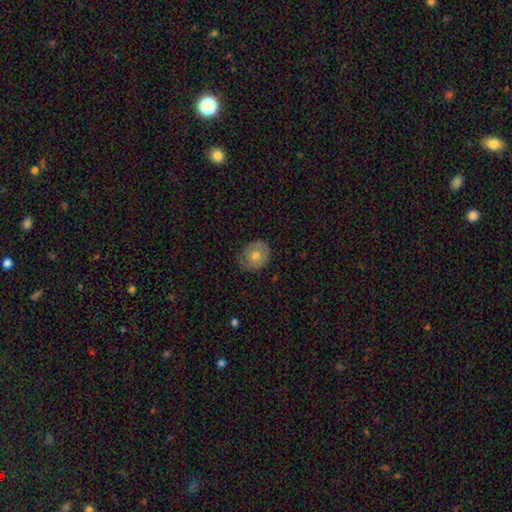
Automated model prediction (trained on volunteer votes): Smooth or featured: smooth — 62% (featured or disk — 29%)
How rounded: round — 72% (in between — 28%)
Merging: none — 80% (minor disturbance — 15%)